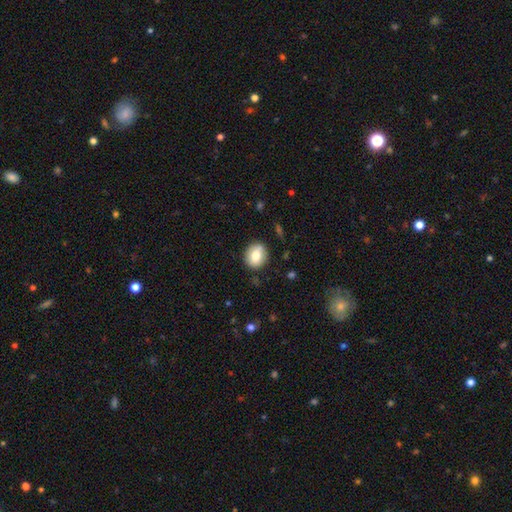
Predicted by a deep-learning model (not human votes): Smooth or featured: smooth — 78% (featured or disk — 14%)
How rounded: round — 64% (in between — 35%)
Merging: none — 86% (minor disturbance — 10%)